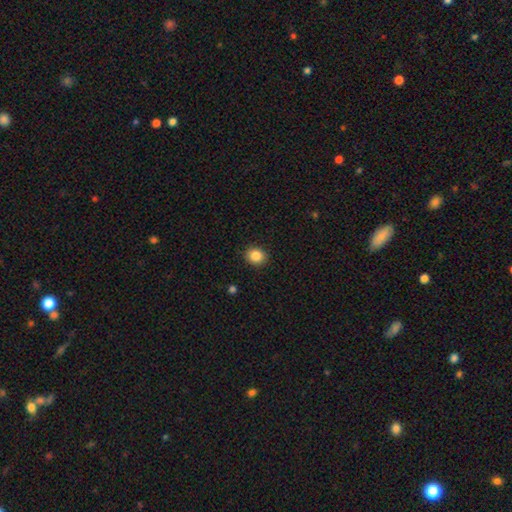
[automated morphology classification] smooth_or_featured: smooth (p=0.86) [alt: star or artifact p=0.10]
how_rounded: round (p=0.73) [alt: in between p=0.26]
merging: none (p=0.91) [alt: minor disturbance p=0.06]